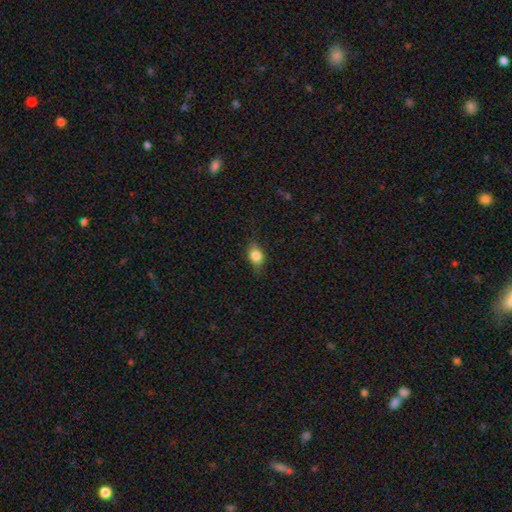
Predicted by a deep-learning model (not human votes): A smooth galaxy with no disk features (81%) that is in between round and cigar-shaped (59%). Merging: none (76%).